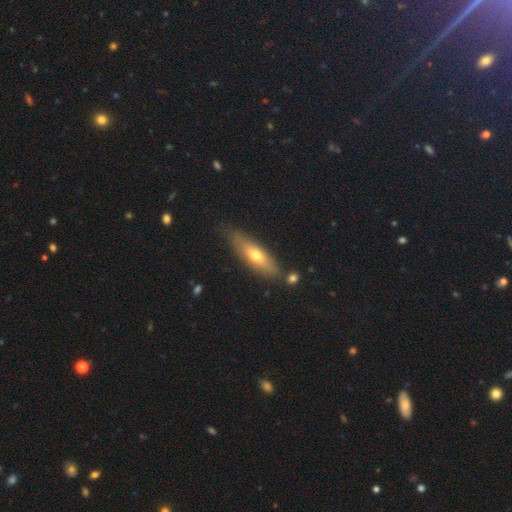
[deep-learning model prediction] A smooth galaxy with no disk features (56%) that is cigar-shaped (59%).

Vote fractions:
- Smooth or featured? smooth: 56% / featured or disk: 38% / star or artifact: 6%
- How rounded? cigar-shaped: 59% / in between: 38% / round: 2%
- Merging? none: 75% / minor disturbance: 17% / merger: 5% / major disturbance: 4%